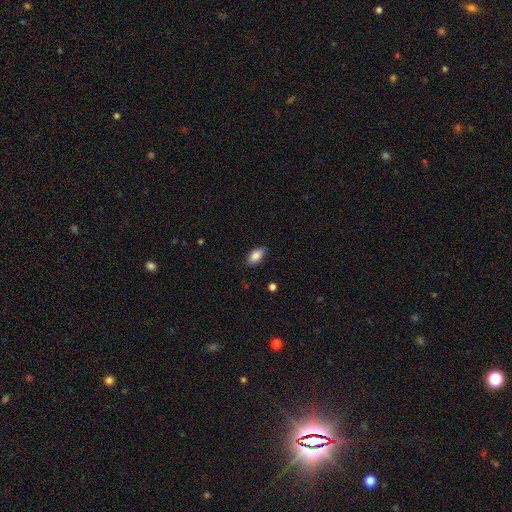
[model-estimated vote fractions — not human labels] Smooth or featured?
  - smooth: 87% *
  - star or artifact: 7%
  - featured or disk: 5%
How rounded?
  - in between: 92% *
  - round: 4%
  - cigar-shaped: 4%
Merging?
  - none: 86% *
  - minor disturbance: 11%
  - major disturbance: 2%
  - merger: 1%